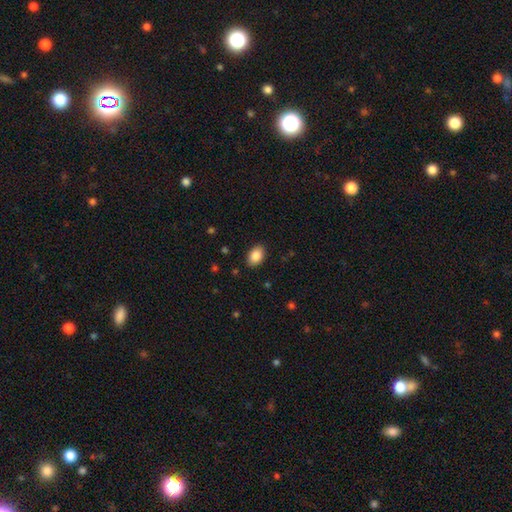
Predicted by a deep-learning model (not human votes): Smooth or featured? smooth (88%)
How rounded? in between (85%)
Merging? none (88%)